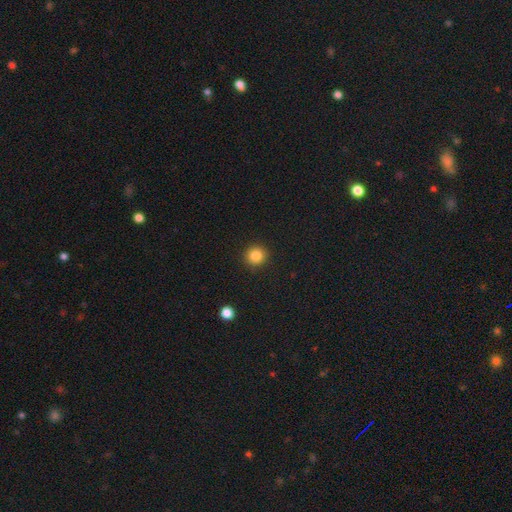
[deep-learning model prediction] Smooth or featured? smooth (84%)
How rounded? round (93%)
Merging? none (92%)